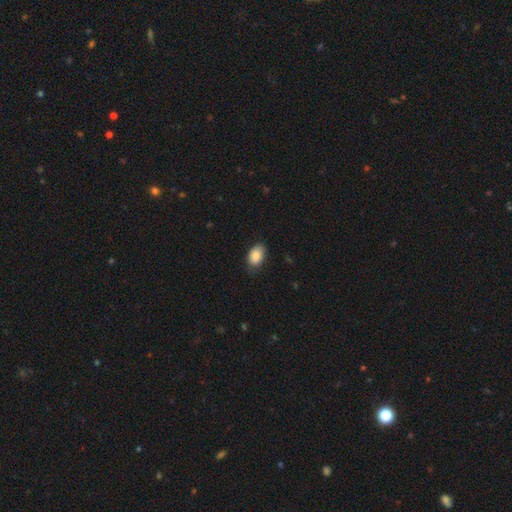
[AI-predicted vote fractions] Smooth or featured? Predicted: smooth (p=0.87). How rounded? Predicted: in between (p=0.88). Merging? Predicted: none (p=0.76).